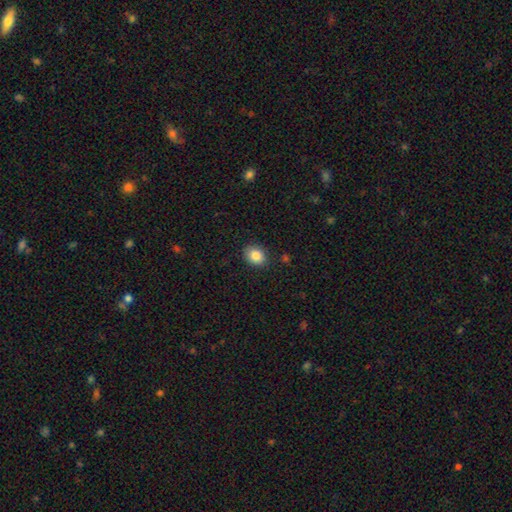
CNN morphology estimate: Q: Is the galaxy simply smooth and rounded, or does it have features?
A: smooth — 86%.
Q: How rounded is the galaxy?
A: round — 55%.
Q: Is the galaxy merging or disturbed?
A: none — 86%.